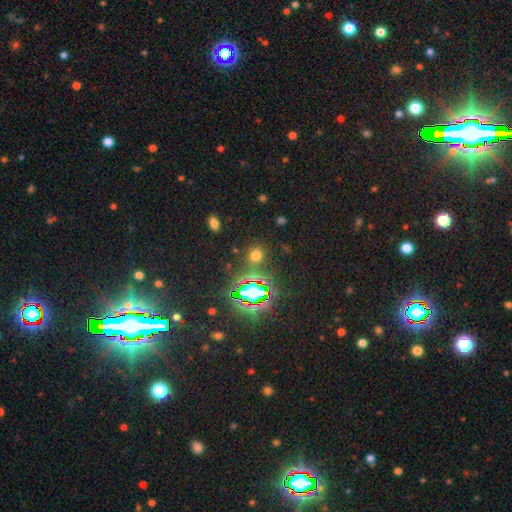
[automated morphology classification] type=smooth (56%); roundness=round (78%); merging=none (81%).